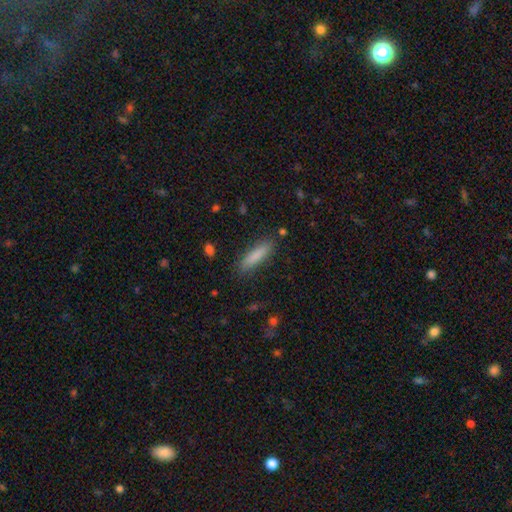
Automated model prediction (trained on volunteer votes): The model was most divided on "how rounded": cigar-shaped: 74%, in between: 25%, round: 1%. More confident: merging — none (86%); smooth or featured — smooth (84%).